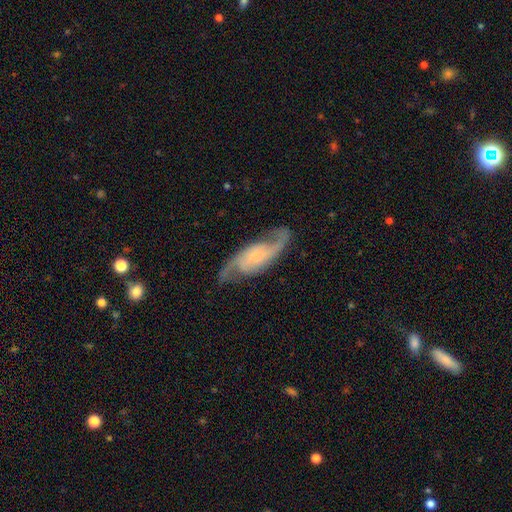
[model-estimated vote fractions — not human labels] A featured or disk galaxy (86%) with no bar (59%), 2 (92%) medium (45%) spiral arms (97%) and no central bulge (39%). Merging: none (77%).